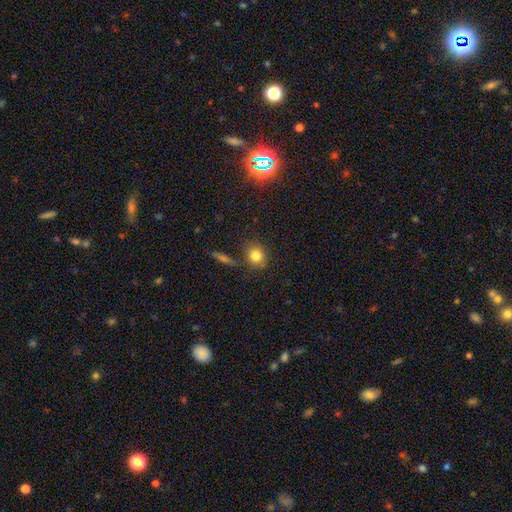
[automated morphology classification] Overall: smooth (81%). How rounded: round (82%). Merging: none (74%).